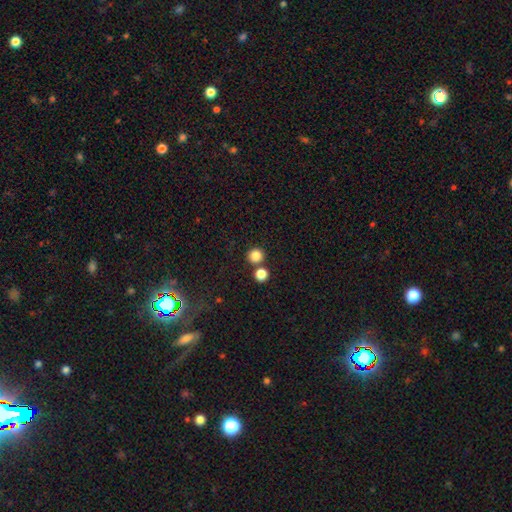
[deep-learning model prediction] This appears to be a smooth galaxy with no disk features (84%) that is round (91%). Merging: none (70%).